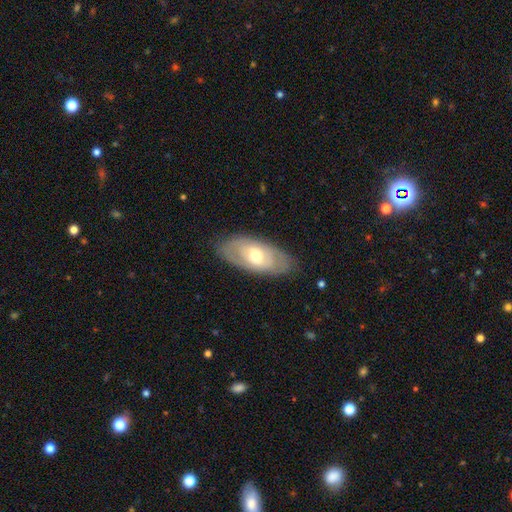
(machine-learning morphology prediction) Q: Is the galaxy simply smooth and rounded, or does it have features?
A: featured or disk — 57%.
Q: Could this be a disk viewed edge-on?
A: no — 87%.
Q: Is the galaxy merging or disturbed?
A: none — 80%.